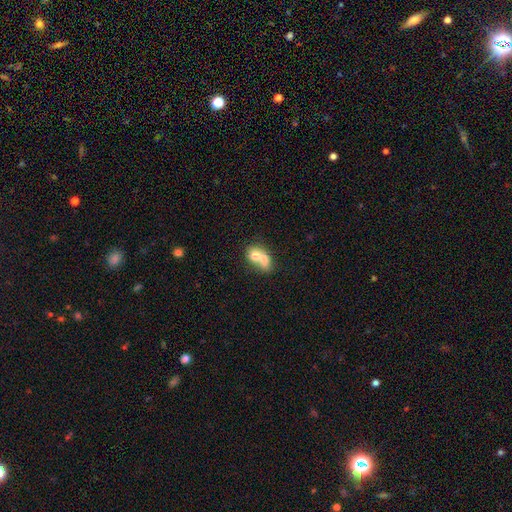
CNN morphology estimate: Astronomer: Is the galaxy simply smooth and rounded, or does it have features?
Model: smooth — 68%.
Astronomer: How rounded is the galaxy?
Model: in between — 54% (runner-up: round, 44%).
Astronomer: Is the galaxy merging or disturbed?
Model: merger — 75%.